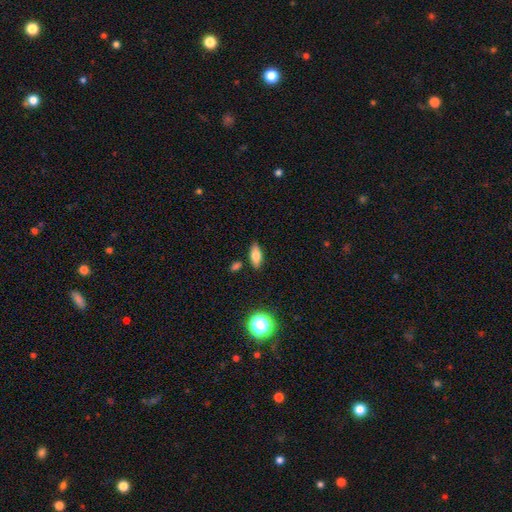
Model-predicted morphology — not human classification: Smooth or featured? smooth (71%)
How rounded? in between (76%)
Merging? none (83%)